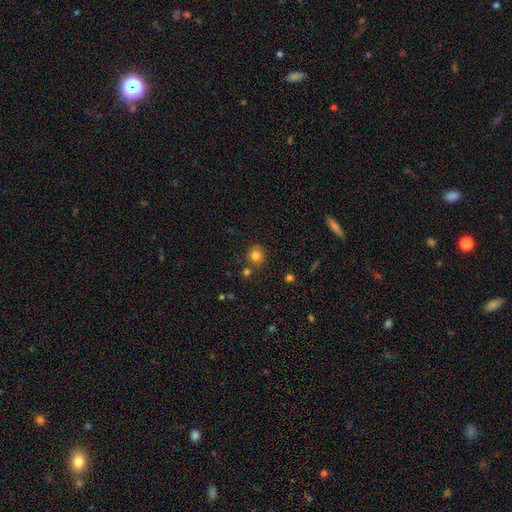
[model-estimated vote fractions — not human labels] smooth-or-featured: smooth: 80% | star or artifact: 12% | featured or disk: 8%
  how-rounded: round: 85% | in between: 14% | cigar-shaped: 1%
  merging: none: 77% | minor disturbance: 11% | merger: 9% | major disturbance: 3%